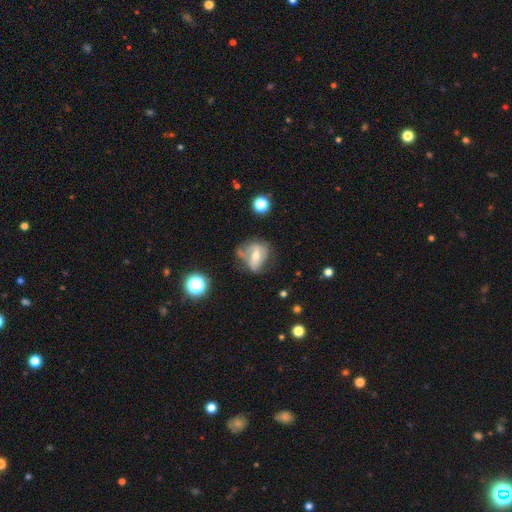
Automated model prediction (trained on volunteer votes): Smooth or featured? featured or disk (55%)
Edge-on disk? no (90%)
Merging? none (36%)